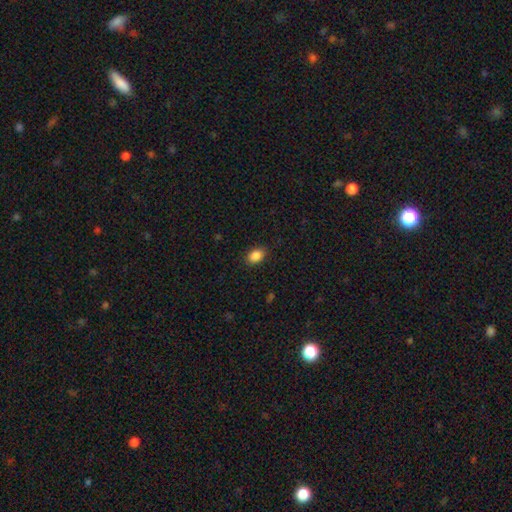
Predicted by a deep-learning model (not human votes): smooth_or_featured: smooth (p=0.88) [alt: star or artifact p=0.09]
how_rounded: in between (p=0.77) [alt: round p=0.22]
merging: none (p=0.87) [alt: minor disturbance p=0.09]